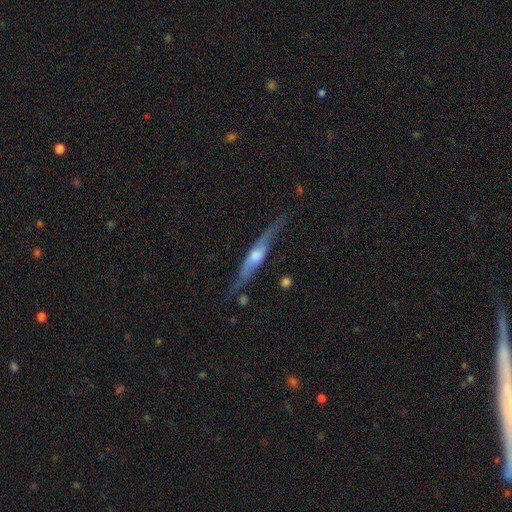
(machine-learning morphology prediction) The model was most divided on "smooth or featured": featured or disk: 69%, smooth: 25%, star or artifact: 5%. More confident: edge-on disk — yes (85%); edge-on bulge — rounded (77%); merging — none (66%).